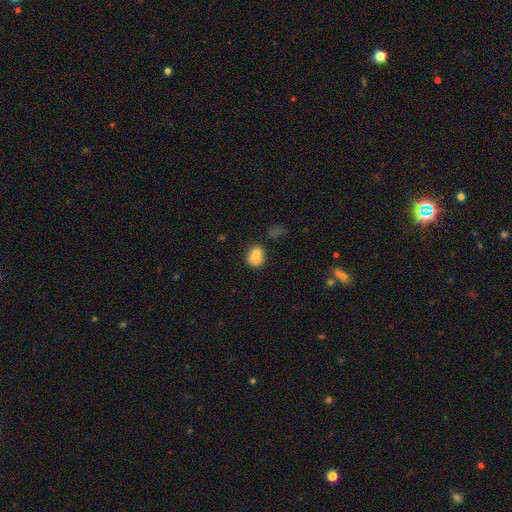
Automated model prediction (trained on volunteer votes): A smooth galaxy with no disk features (71%) that is round (56%). Merging: merger (41%).